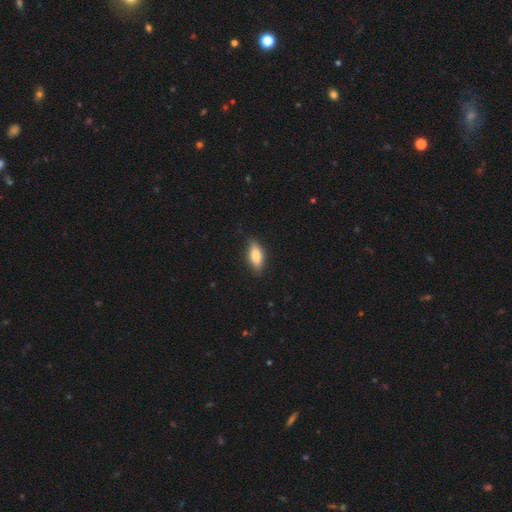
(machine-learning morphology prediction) Overall: smooth (76%). How rounded: in between (76%). Merging: none (81%).